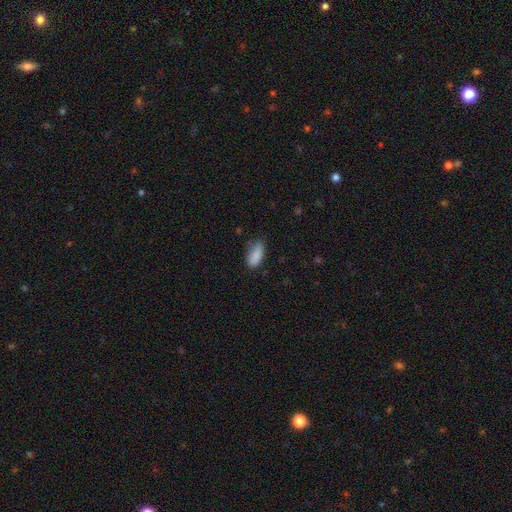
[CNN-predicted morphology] Q: Smooth or featured?
A: smooth (88%); runner-up: star or artifact (8%)
Q: How rounded?
A: in between (91%); runner-up: cigar-shaped (7%)
Q: Merging?
A: none (62%); runner-up: minor disturbance (31%)